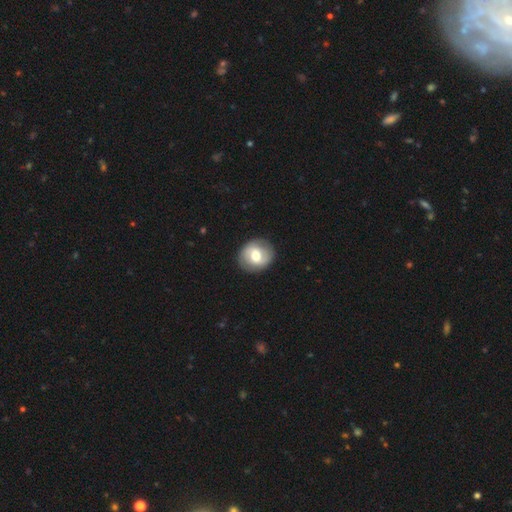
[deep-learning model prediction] Smooth or featured: smooth — 51% (featured or disk — 42%)
How rounded: round — 77% (in between — 22%)
Merging: none — 86% (minor disturbance — 9%)